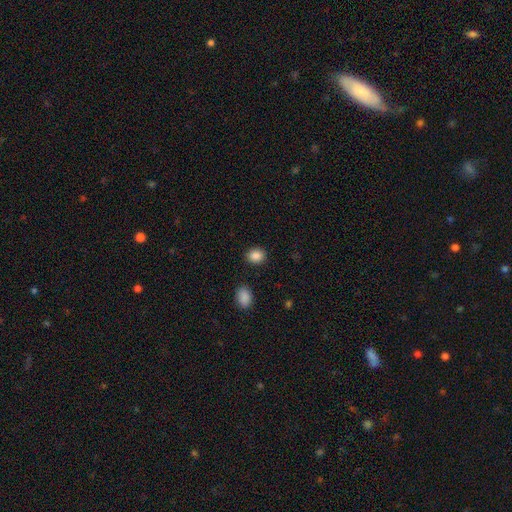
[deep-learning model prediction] This is clearly a smooth galaxy (87%). How rounded: possibly round (59%). Merging: clearly none (88%).